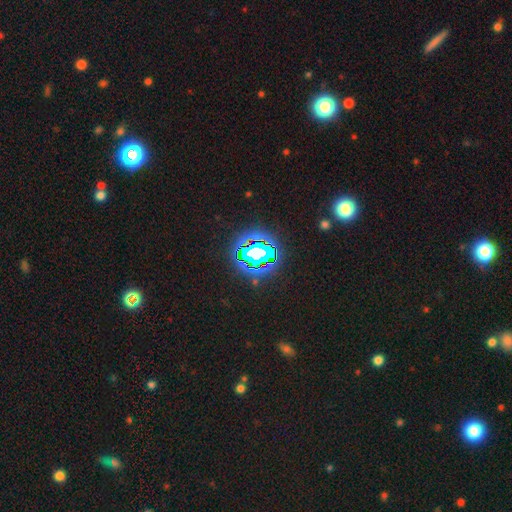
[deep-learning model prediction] This is likely a star or artifact rather than a galaxy (73%).